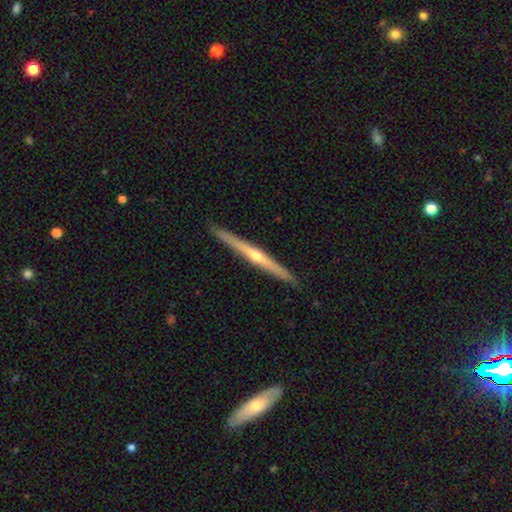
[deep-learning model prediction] Smooth or featured? Predicted: featured or disk (p=0.79). Edge-on disk? Predicted: yes (p=0.98). Edge-on bulge? Predicted: rounded (p=0.84). Merging? Predicted: none (p=0.92).